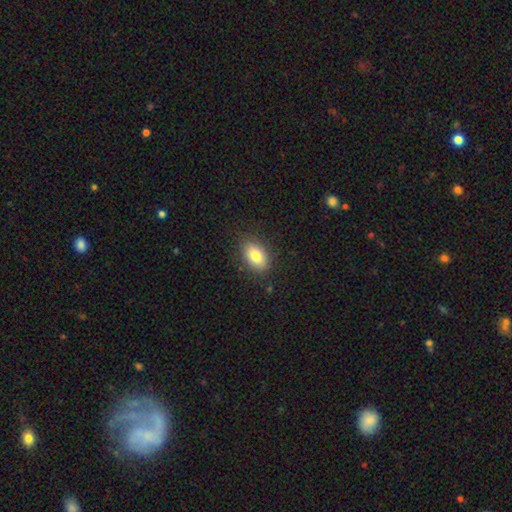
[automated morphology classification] A smooth galaxy with no disk features (81%) that is in between round and cigar-shaped (87%).

Vote fractions:
- Smooth or featured? smooth: 81% / featured or disk: 11% / star or artifact: 8%
- How rounded? in between: 87% / round: 11% / cigar-shaped: 2%
- Merging? none: 86% / minor disturbance: 10% / major disturbance: 3% / merger: 1%